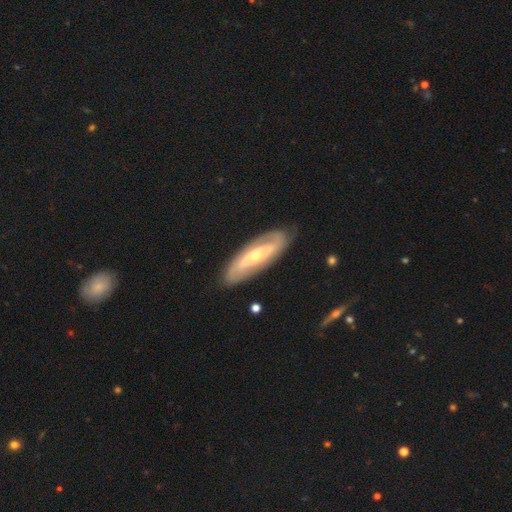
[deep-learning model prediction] The model was most divided on "bulge size": small: 50%, moderate: 46%, large: 2%, none: 1%, dominant: 1%. Remaining: edge-on disk — no (85%); spiral arms — yes (84%); merging — none (83%); smooth or featured — featured or disk (76%); spiral arm count — 2 (71%); bar — no (50%); spiral winding — tight (44%).